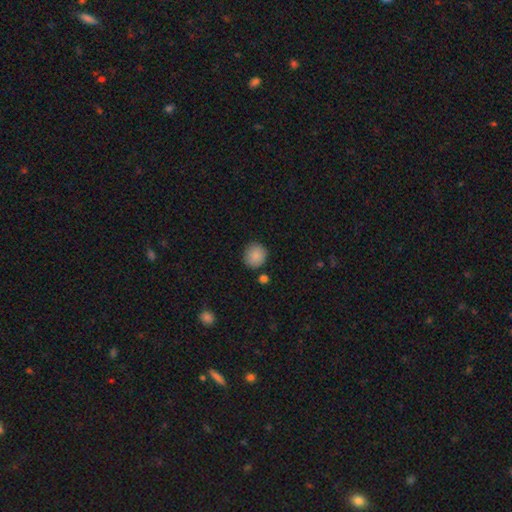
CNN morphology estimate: type=smooth (87%); roundness=round (89%); merging=none (83%).